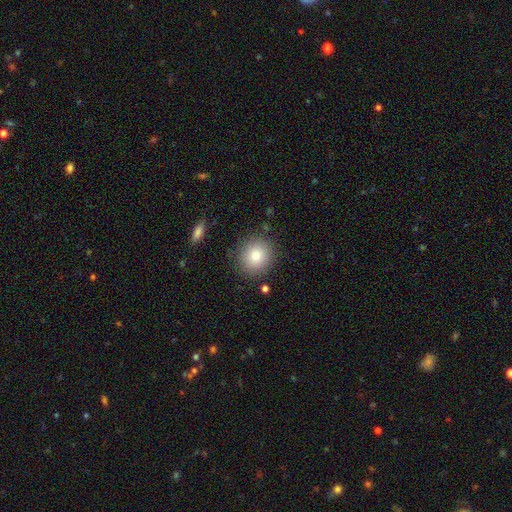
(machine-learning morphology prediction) A smooth galaxy with no disk features (80%) that is round (87%).

Vote fractions:
- Smooth or featured? smooth: 80% / featured or disk: 10% / star or artifact: 10%
- How rounded? round: 87% / in between: 12% / cigar-shaped: 1%
- Merging? none: 87% / minor disturbance: 8% / major disturbance: 3% / merger: 2%